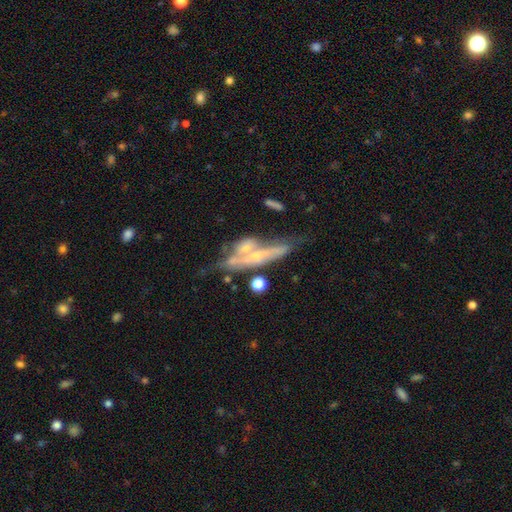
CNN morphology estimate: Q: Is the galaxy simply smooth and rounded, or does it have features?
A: featured or disk — 67%.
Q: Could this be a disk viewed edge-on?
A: yes — 59%.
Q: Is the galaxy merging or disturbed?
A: none — 34%.